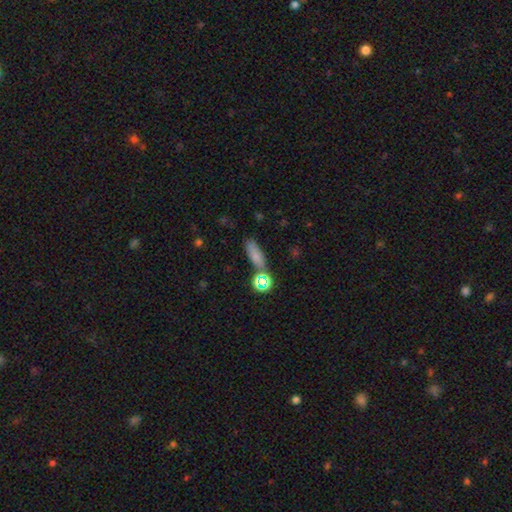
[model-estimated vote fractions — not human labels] Smooth or featured? Predicted: smooth (p=0.71). How rounded? Predicted: in between (p=0.53). Merging? Predicted: none (p=0.69).